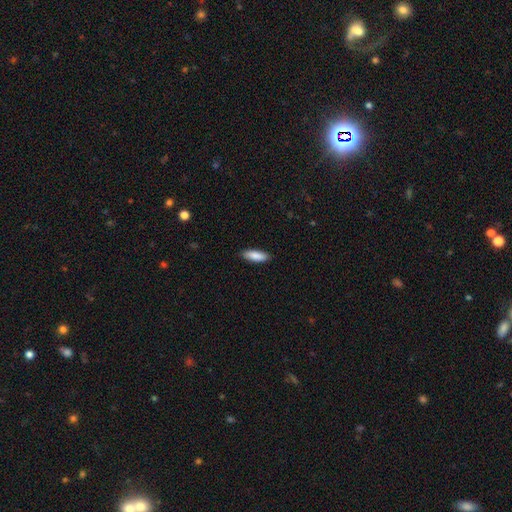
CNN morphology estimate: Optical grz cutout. It shows a smooth galaxy with no disk features (87%) that is in between round and cigar-shaped (54%). Merging: none (88%).